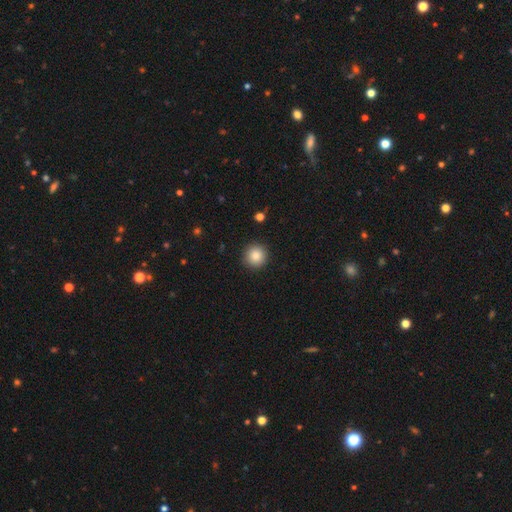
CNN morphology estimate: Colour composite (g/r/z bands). It shows a smooth galaxy with no disk features (86%) that is round (95%). Merging: none (92%).